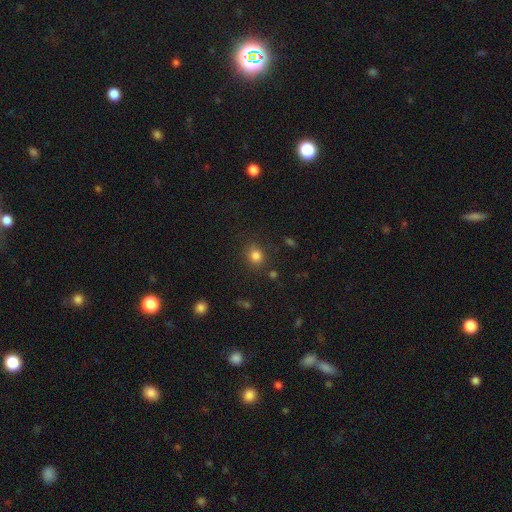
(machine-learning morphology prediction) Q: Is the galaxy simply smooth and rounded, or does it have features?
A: smooth — 81%.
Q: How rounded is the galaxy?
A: round — 71%.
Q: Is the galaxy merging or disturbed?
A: none — 83%.